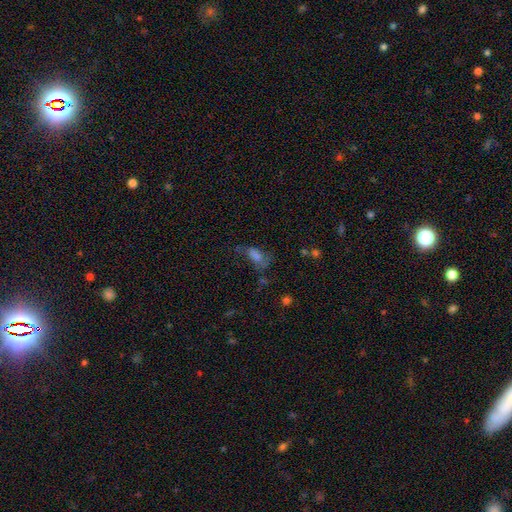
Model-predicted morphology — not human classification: smooth_or_featured: smooth (p=0.57) [alt: featured or disk p=0.23]
how_rounded: in between (p=0.79) [alt: cigar-shaped p=0.15]
merging: none (p=0.40) [alt: major disturbance p=0.30]